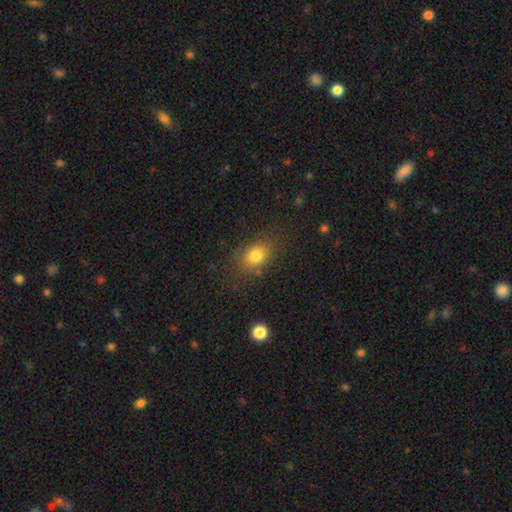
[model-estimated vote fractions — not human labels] This is likely a smooth galaxy (79%). How rounded: likely in between (67%). Merging: likely none (77%).